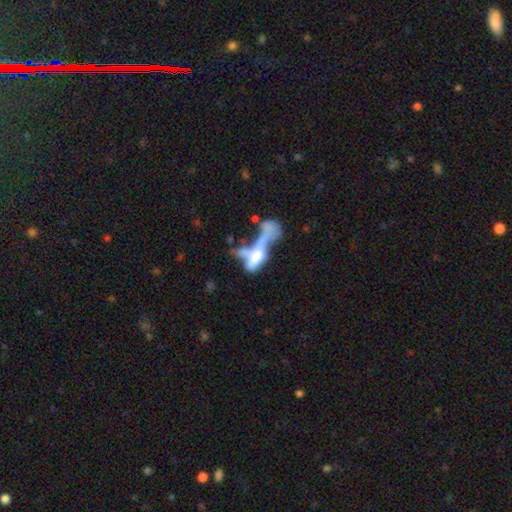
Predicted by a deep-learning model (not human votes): Smooth or featured?
  - smooth: 45% *
  - featured or disk: 44%
  - star or artifact: 12%
Merging?
  - merger: 54% *
  - major disturbance: 29%
  - none: 10%
  - minor disturbance: 7%